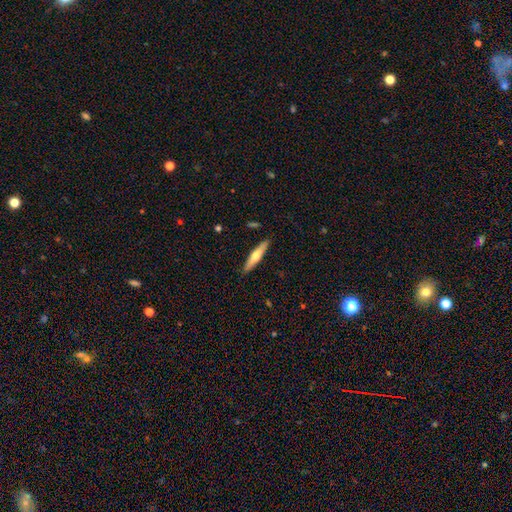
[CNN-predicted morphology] Smooth or featured? smooth (51%)
How rounded? cigar-shaped (86%)
Merging? none (90%)